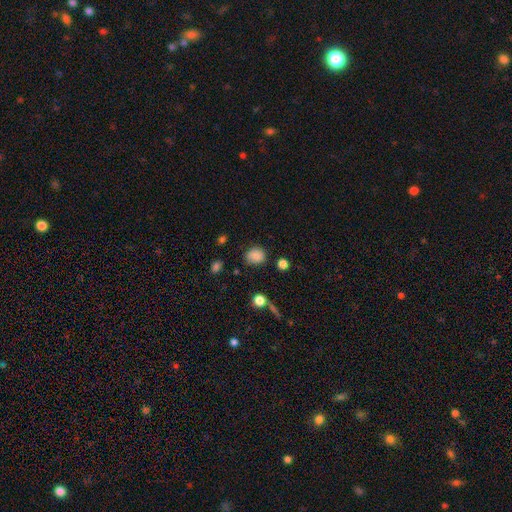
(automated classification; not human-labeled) Smooth or featured? Predicted: smooth (p=0.81). How rounded? Predicted: round (p=0.61). Merging? Predicted: none (p=0.71).